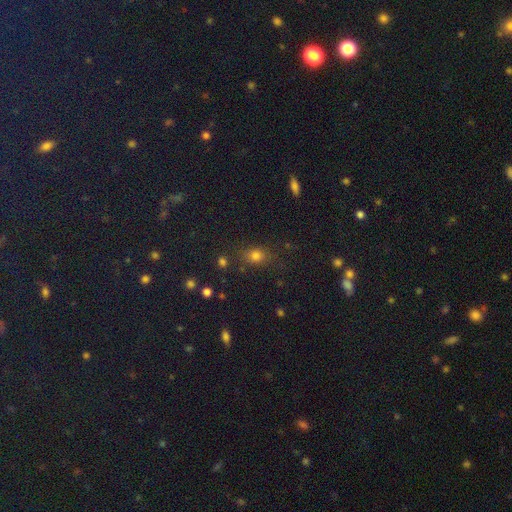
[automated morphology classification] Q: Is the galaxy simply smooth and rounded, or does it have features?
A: smooth — 71%.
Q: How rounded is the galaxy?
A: in between — 50%.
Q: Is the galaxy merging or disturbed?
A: none — 77%.